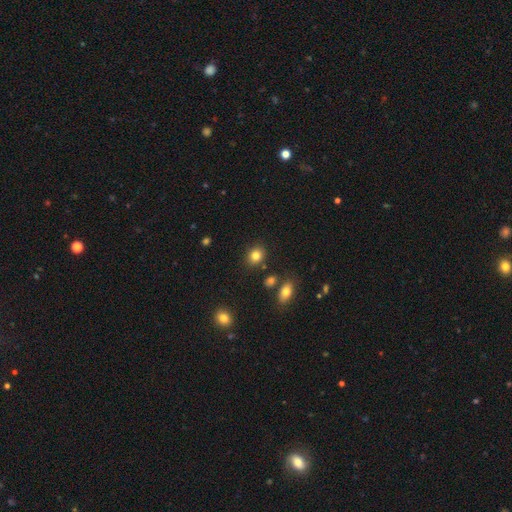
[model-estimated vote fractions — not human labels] A smooth galaxy with no disk features (83%) that is round (67%). Merging: none (85%).